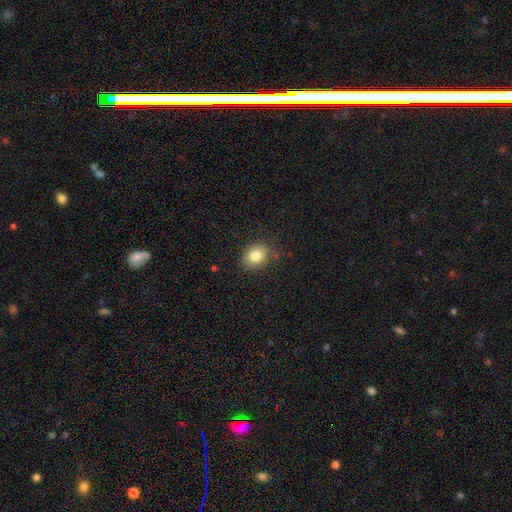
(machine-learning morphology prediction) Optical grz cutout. It shows a smooth galaxy with no disk features (81%) that is in between round and cigar-shaped (55%). Merging: none (84%).